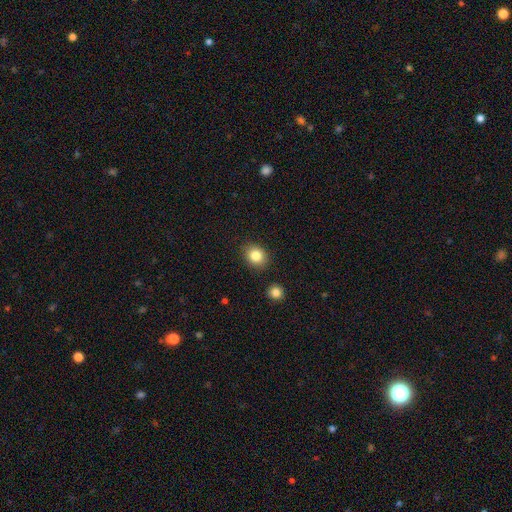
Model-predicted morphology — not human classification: Smooth or featured? Predicted: smooth (p=0.84). How rounded? Predicted: round (p=0.59). Merging? Predicted: none (p=0.86).